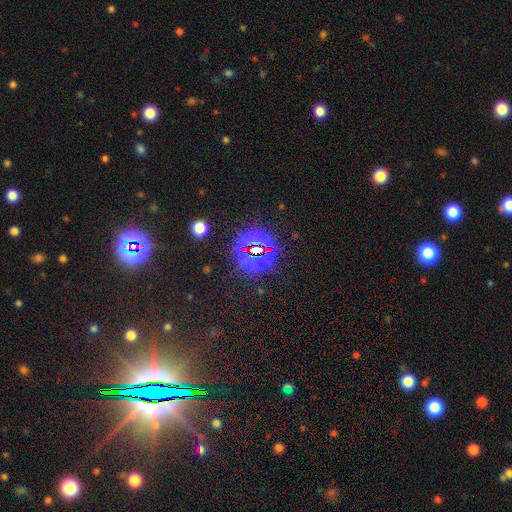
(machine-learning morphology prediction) smooth-or-featured: star or artifact: 77% | smooth: 15% | featured or disk: 8%